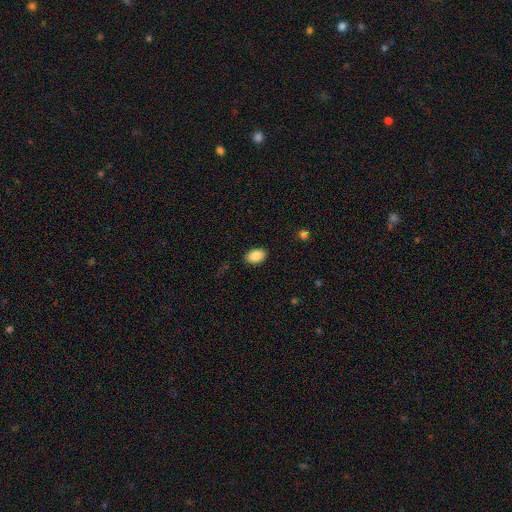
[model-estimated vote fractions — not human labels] This appears to be a smooth galaxy with no disk features (87%) that is in between round and cigar-shaped (84%). Merging: none (88%).